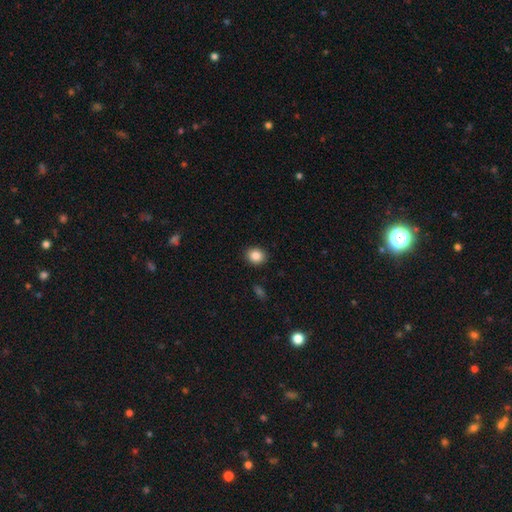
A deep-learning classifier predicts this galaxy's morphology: Overall: smooth (86%). How rounded: round (69%; in between 30%). Merging: none (91%).